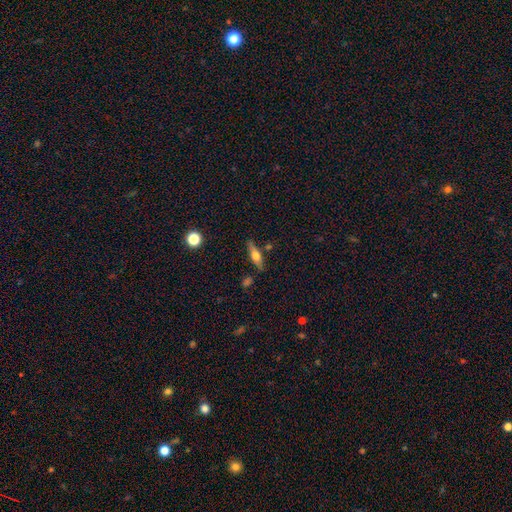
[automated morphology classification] A smooth galaxy with no disk features (47%).

Vote fractions:
- Smooth or featured? smooth: 47% / featured or disk: 46% / star or artifact: 7%
- Merging? none: 79% / minor disturbance: 13% / merger: 5% / major disturbance: 3%